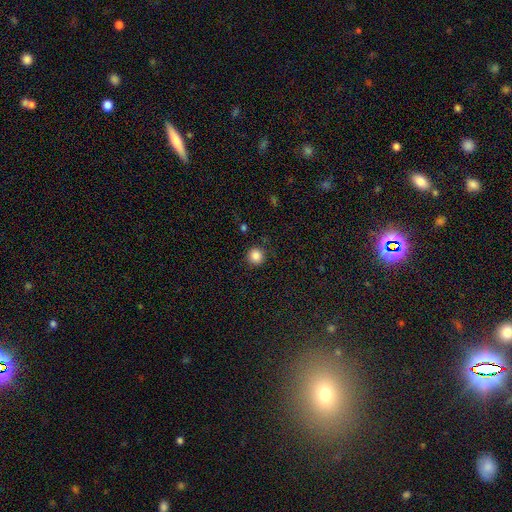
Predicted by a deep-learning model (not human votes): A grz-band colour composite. It shows a smooth galaxy with no disk features (86%) that is round (93%). Merging: none (89%).